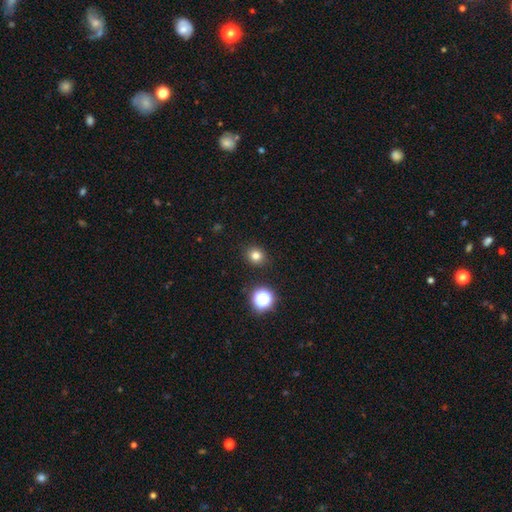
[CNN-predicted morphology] smooth 78%, star or artifact 16%, featured or disk 6%. Down the decision tree: how rounded — round (81%); merging — none (90%).